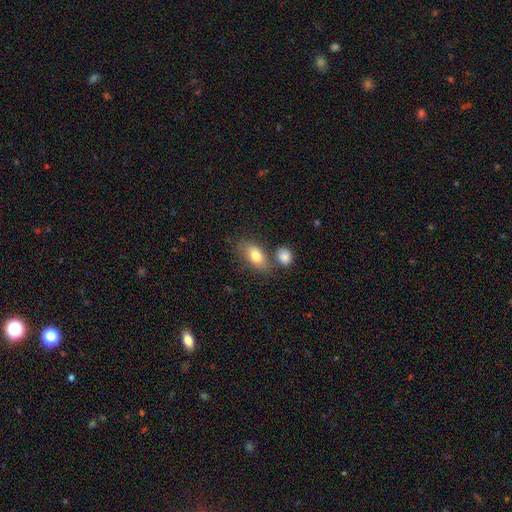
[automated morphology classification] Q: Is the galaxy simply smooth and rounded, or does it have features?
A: smooth — 78%.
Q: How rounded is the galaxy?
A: in between — 87%.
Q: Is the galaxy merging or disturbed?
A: none — 58%.